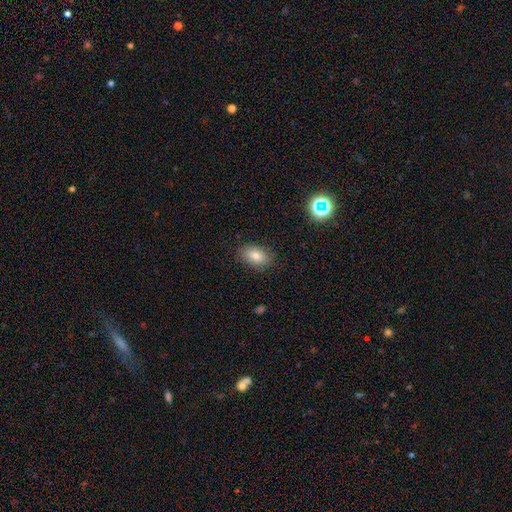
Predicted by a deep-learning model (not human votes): Overall: smooth (81%). How rounded: in between (88%). Merging: none (86%).